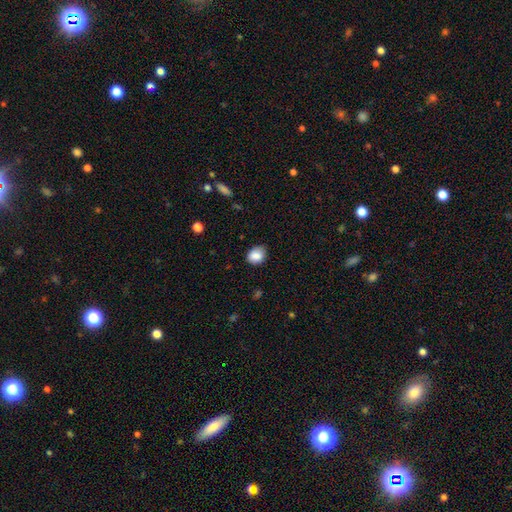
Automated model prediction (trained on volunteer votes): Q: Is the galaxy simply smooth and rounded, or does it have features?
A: smooth — 86%.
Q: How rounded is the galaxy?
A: in between — 55%.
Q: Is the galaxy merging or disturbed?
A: none — 75%.